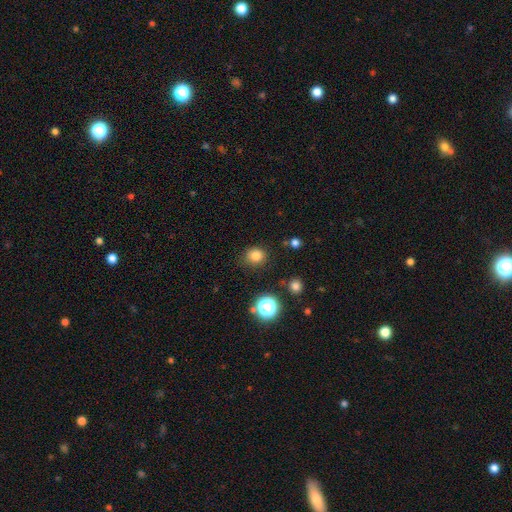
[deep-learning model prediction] Smooth or featured: smooth — 80% (star or artifact — 14%)
How rounded: round — 80% (in between — 19%)
Merging: none — 83% (minor disturbance — 11%)